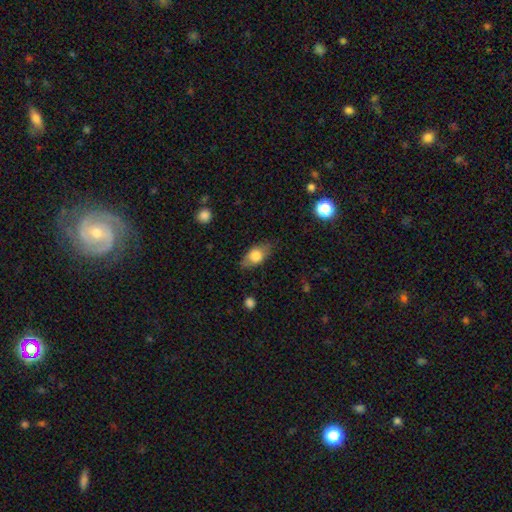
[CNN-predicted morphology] Smooth or featured: smooth — 70% (featured or disk — 23%)
How rounded: in between — 85% (round — 9%)
Merging: none — 78% (minor disturbance — 17%)